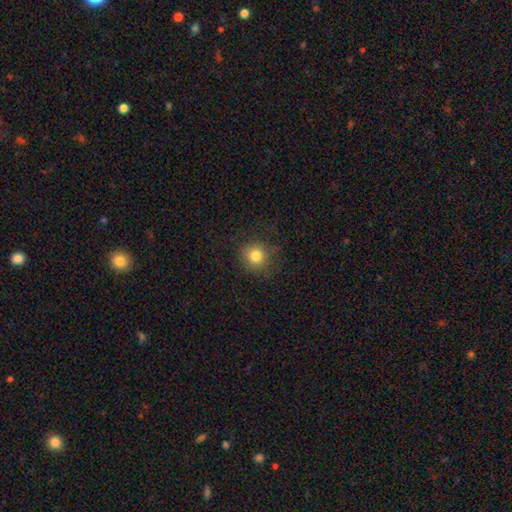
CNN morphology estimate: Overall: smooth (80%). How rounded: round (89%). Merging: none (82%).